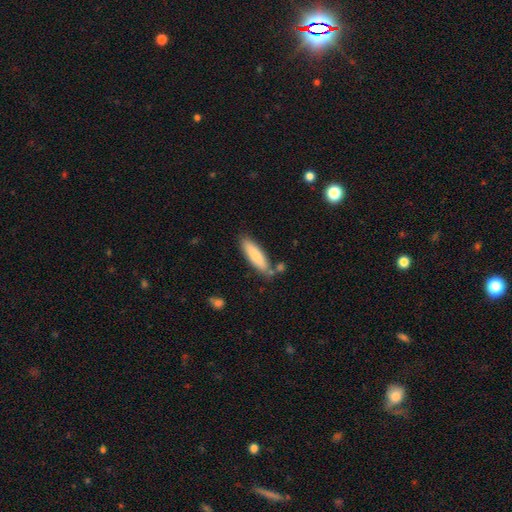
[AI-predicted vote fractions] Smooth or featured: smooth — 79% (featured or disk — 16%)
How rounded: cigar-shaped — 67% (in between — 31%)
Merging: none — 76% (minor disturbance — 14%)